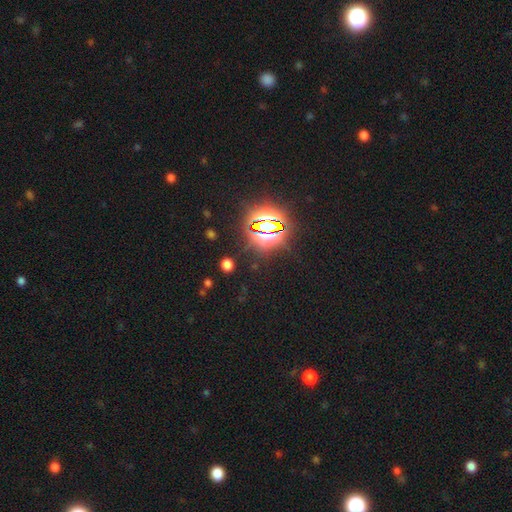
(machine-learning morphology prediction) Smooth or featured: star or artifact — 82% (smooth — 11%)